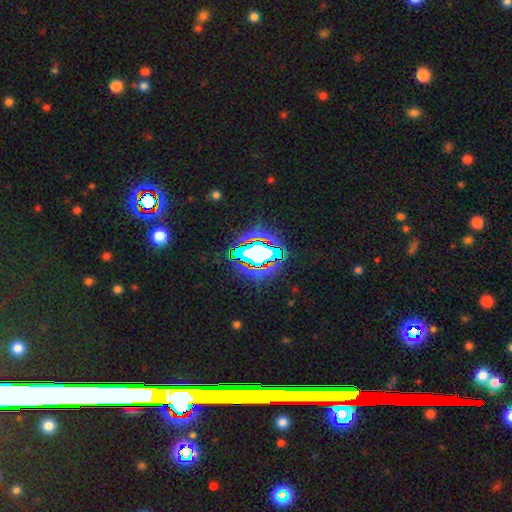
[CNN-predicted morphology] Overall: star or artifact (67%).